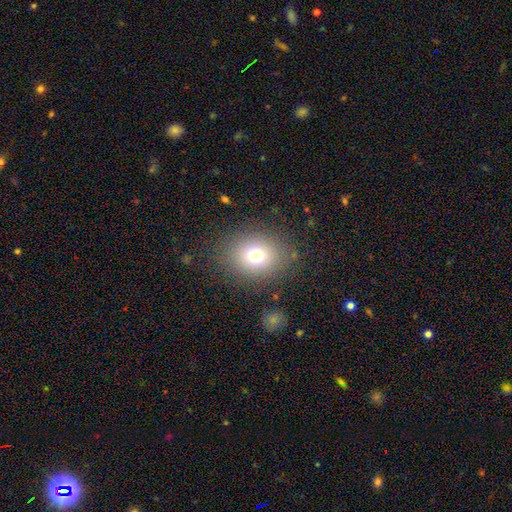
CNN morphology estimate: A smooth galaxy with no disk features (75%) that is round (54%). Merging: none (83%).